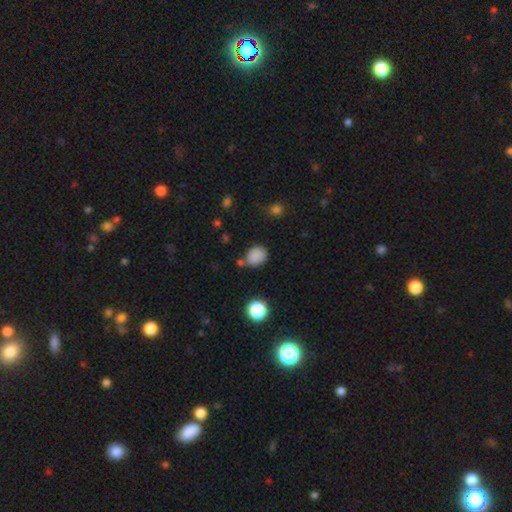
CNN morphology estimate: Smooth or featured: smooth — 84% (star or artifact — 11%)
How rounded: round — 67% (in between — 32%)
Merging: none — 69% (minor disturbance — 17%)